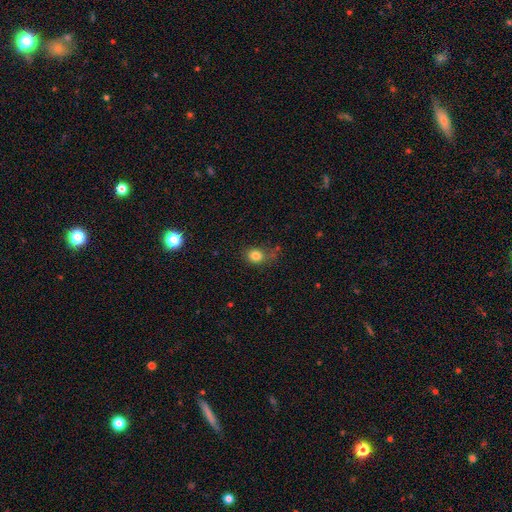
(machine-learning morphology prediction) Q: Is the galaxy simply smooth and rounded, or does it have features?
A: smooth — 81%.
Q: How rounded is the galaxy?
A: round — 61%.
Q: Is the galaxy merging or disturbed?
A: none — 63%.